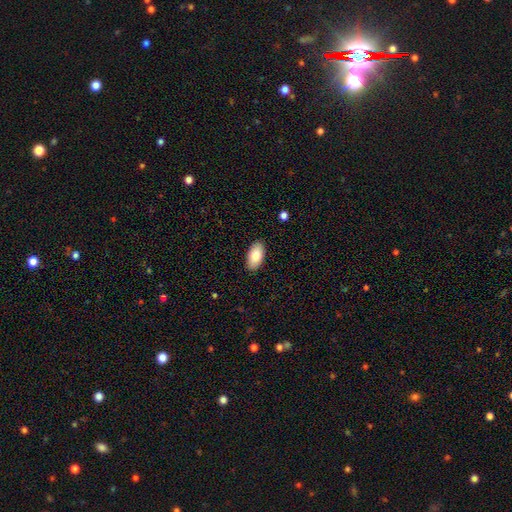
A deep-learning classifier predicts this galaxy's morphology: Q: Smooth or featured?
A: smooth (81%); runner-up: featured or disk (13%)
Q: How rounded?
A: in between (95%); runner-up: round (3%)
Q: Merging?
A: none (89%); runner-up: minor disturbance (8%)